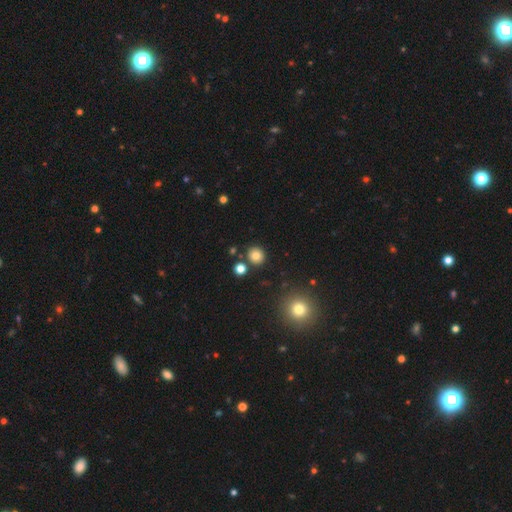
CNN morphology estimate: Q: Smooth or featured?
A: smooth (81%); runner-up: star or artifact (13%)
Q: How rounded?
A: round (88%); runner-up: in between (11%)
Q: Merging?
A: none (86%); runner-up: minor disturbance (7%)